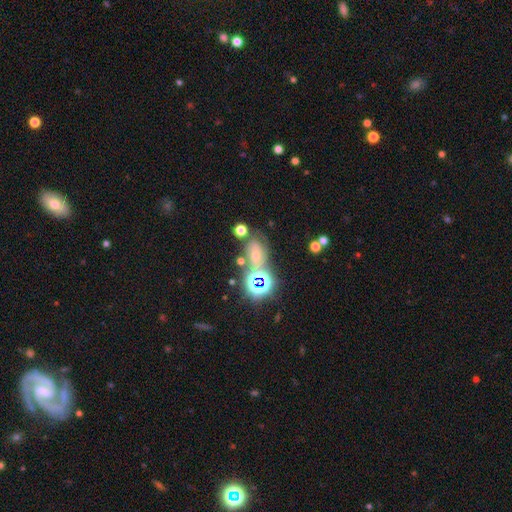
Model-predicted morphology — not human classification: This appears to be a star or artifact, not a galaxy (52%).